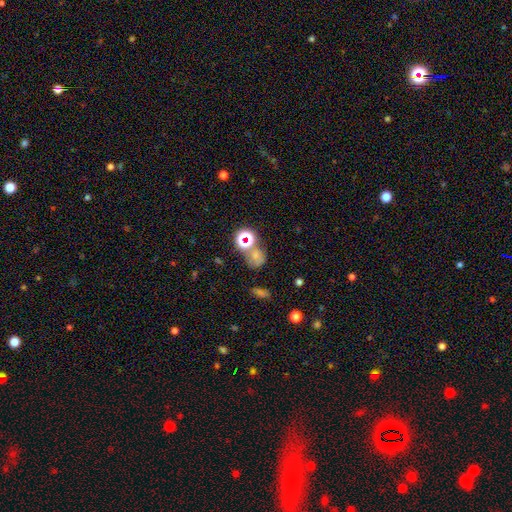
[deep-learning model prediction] Morphology: type=smooth (47%); merging=none (50%).